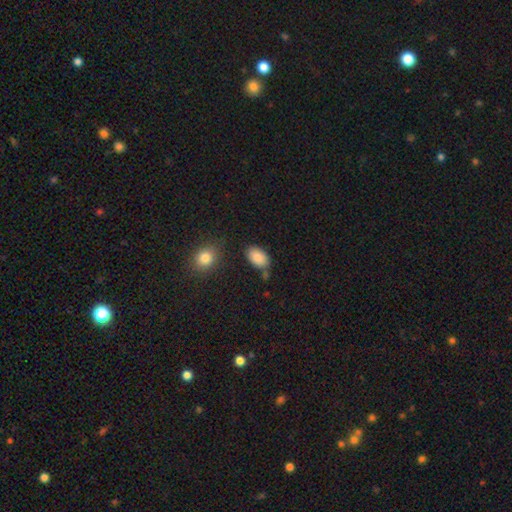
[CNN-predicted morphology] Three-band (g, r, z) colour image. It shows a smooth galaxy with no disk features (87%) that is in between round and cigar-shaped (92%). Merging: none (72%).